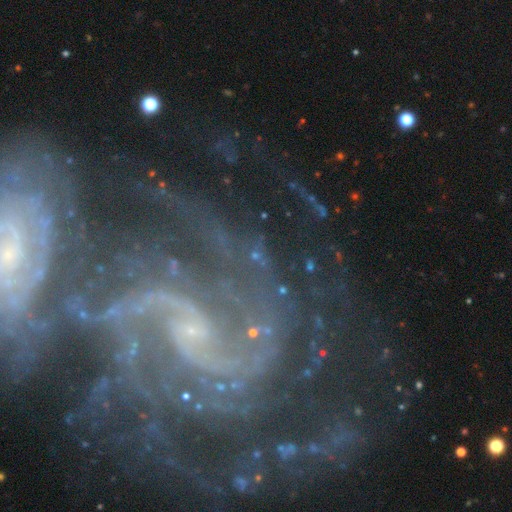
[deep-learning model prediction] Smooth or featured: featured or disk — 88% (star or artifact — 9%)
Edge-on disk: no — 98% (yes — 2%)
Bar: no — 41% (weak — 35%)
Spiral arms: yes — 98% (no — 2%)
Spiral winding: medium — 48% (tight — 39%)
Spiral arm count: 2 — 40% (3 — 16%)
Bulge size: small — 82% (moderate — 9%)
Merging: none — 64% (minor disturbance — 17%)